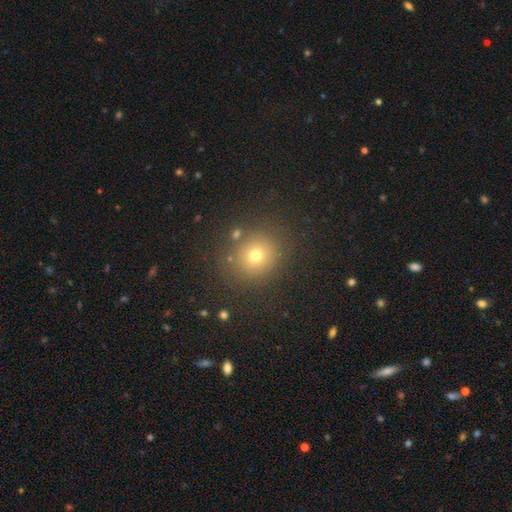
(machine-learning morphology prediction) smooth 70%, star or artifact 20%, featured or disk 11%. Down the decision tree: how rounded — round (86%); merging — none (84%).